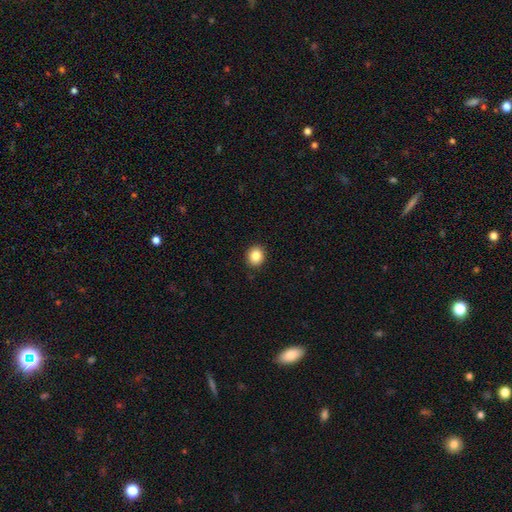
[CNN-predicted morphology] A smooth galaxy with no disk features (85%) that is round (77%).

Vote fractions:
- Smooth or featured? smooth: 85% / star or artifact: 10% / featured or disk: 6%
- How rounded? round: 77% / in between: 23% / cigar-shaped: 1%
- Merging? none: 91% / minor disturbance: 6% / major disturbance: 2% / merger: 1%